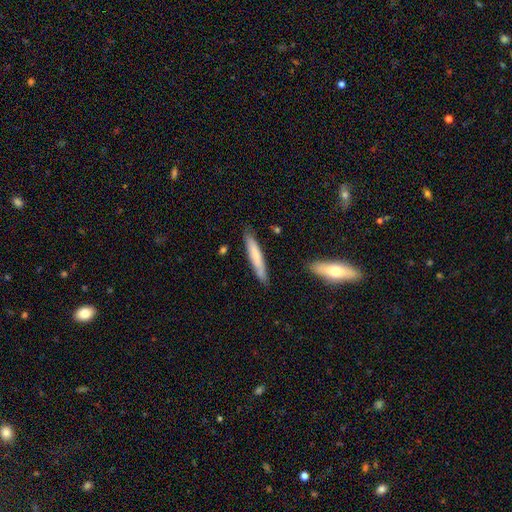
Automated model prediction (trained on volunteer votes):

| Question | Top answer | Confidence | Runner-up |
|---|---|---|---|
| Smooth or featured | smooth | 68% | featured or disk (27%) |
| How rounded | cigar-shaped | 91% | in between (7%) |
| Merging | none | 82% | minor disturbance (13%) |